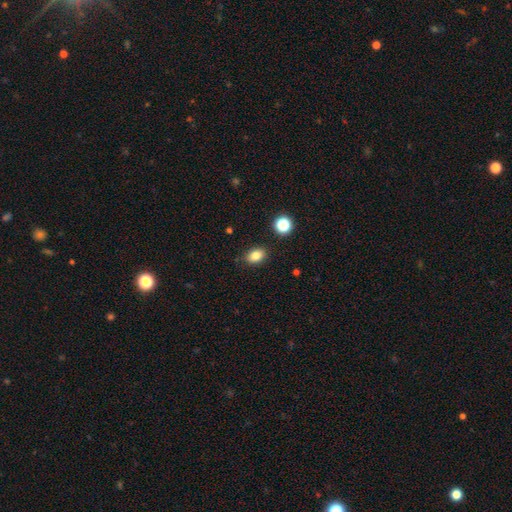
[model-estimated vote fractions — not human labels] Overall: smooth (83%). How rounded: in between (77%). Merging: none (85%).